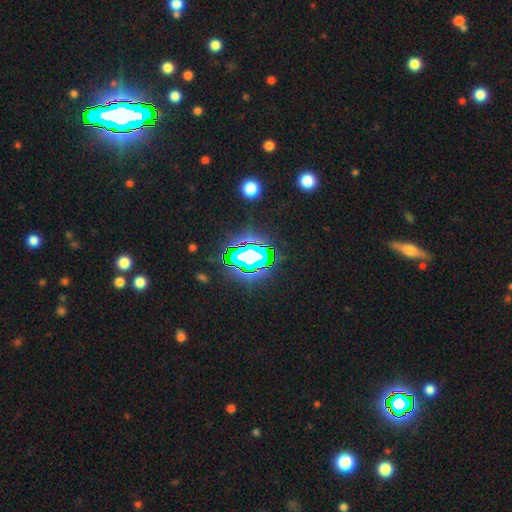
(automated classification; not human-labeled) This appears to be a star or artifact, not a galaxy (77%).